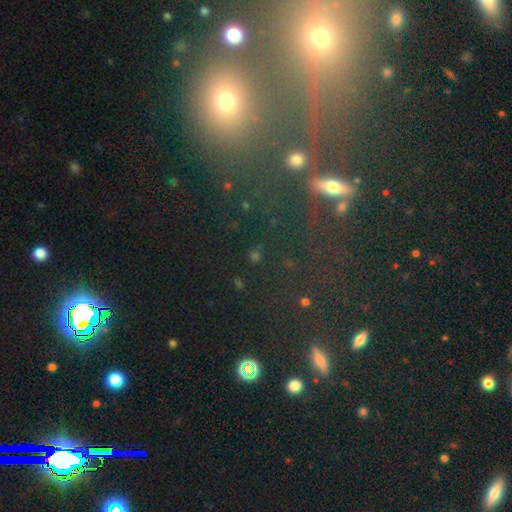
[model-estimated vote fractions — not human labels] Smooth or featured: smooth — 43% (star or artifact — 41%)
Merging: none — 78% (minor disturbance — 10%)